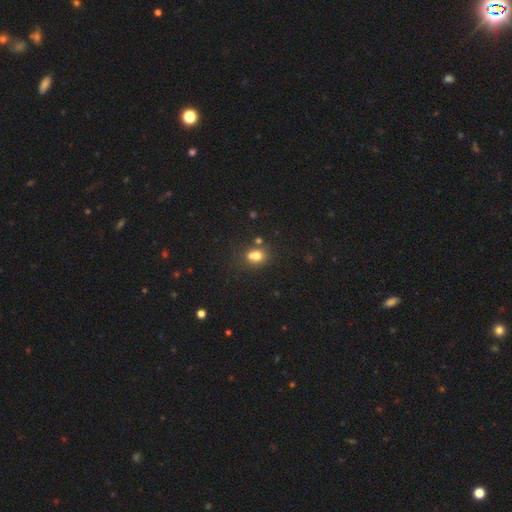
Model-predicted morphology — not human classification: type=smooth (70%); roundness=round (60%); merging=merger (43%).